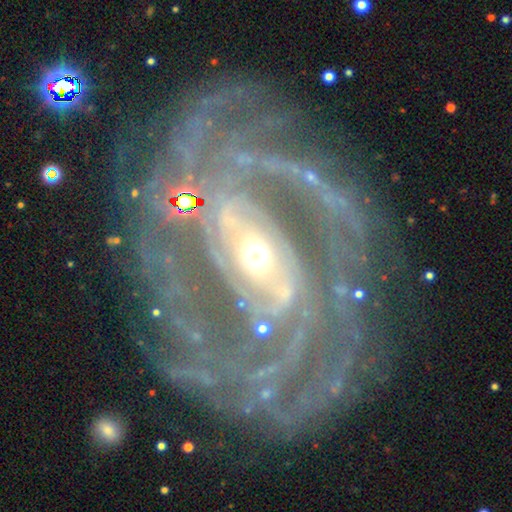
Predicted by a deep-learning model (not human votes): Morphology: type=featured or disk (92%); edge-on=no (97%); bar=strong (39%); spiral arms=yes (97%); winding=tight (57%); arm count=2 (27%); bulge=small (48%); merging=none (67%).